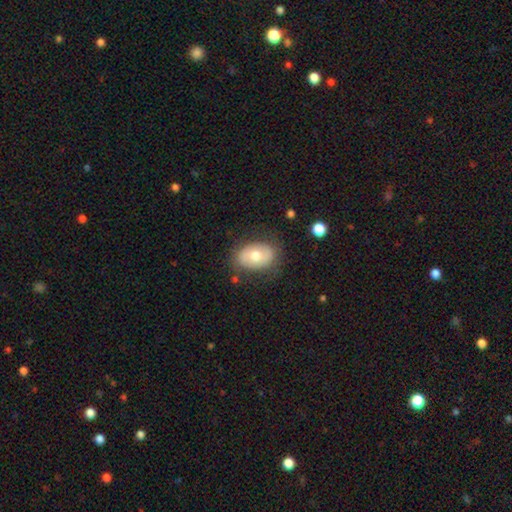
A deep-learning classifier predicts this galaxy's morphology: Smooth or featured? smooth (60%)
How rounded? in between (81%)
Merging? none (78%)